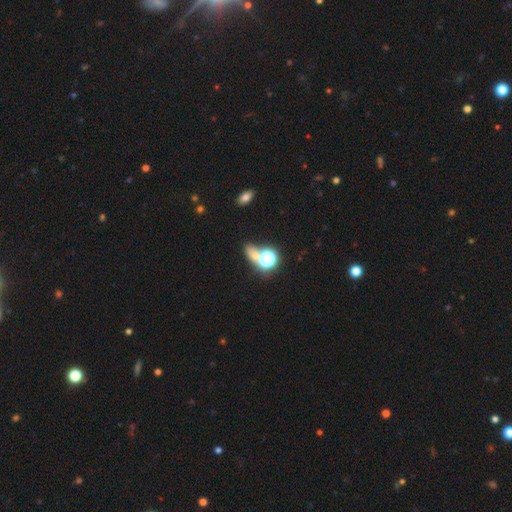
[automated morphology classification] smooth_or_featured: smooth (p=0.46) [alt: star or artifact p=0.43]
merging: none (p=0.53) [alt: merger p=0.27]